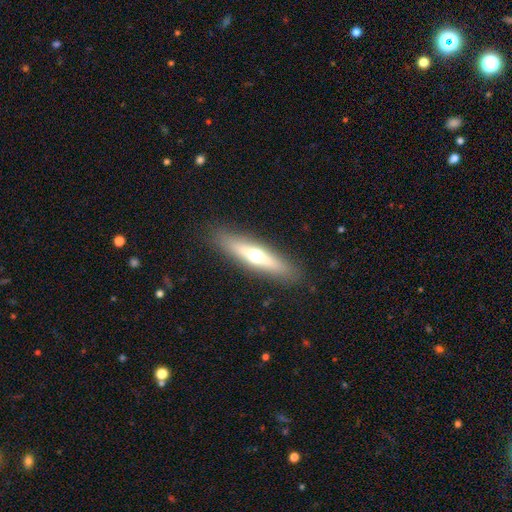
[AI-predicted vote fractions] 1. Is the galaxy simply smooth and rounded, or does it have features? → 48% featured or disk, 45% smooth, 7% star or artifact.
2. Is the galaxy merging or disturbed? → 88% none, 8% minor disturbance, 3% major disturbance, 1% merger.